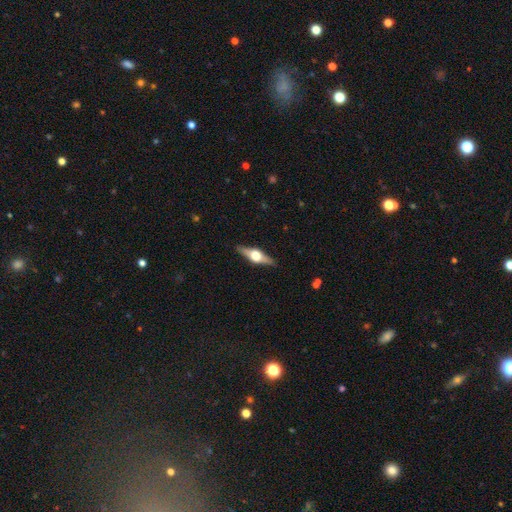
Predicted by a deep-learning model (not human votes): This appears to be a featured or disk galaxy (74%) viewed edge-on (96%) with a rounded central bulge (95%). Merging: none (88%).